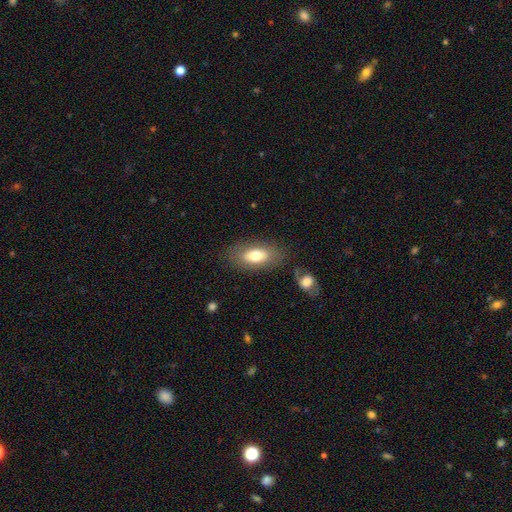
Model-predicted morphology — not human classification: smooth 72%, featured or disk 21%, star or artifact 7%. Down the decision tree: how rounded — in between (88%); merging — none (78%).